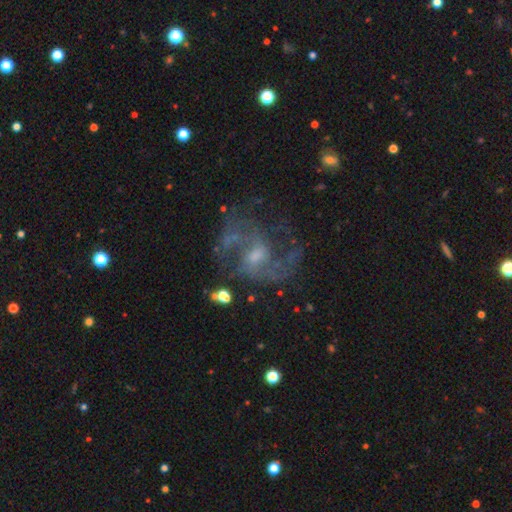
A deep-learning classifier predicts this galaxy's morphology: This appears to be a featured or disk galaxy (81%) with a weak bar (48%), 2 (65%) medium (46%) spiral arms (86%) and a small central bulge (46%). Merging: none (54%).